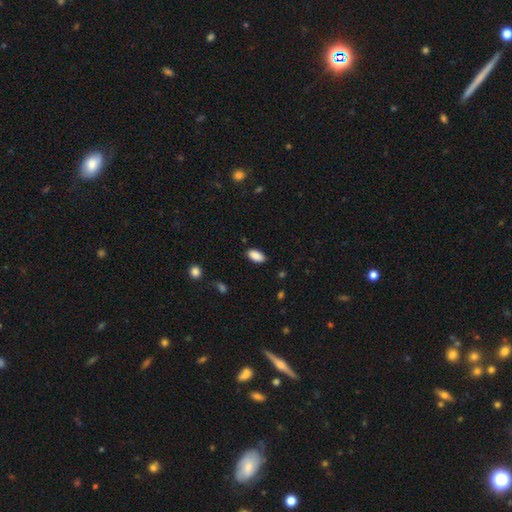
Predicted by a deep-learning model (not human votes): A smooth galaxy with no disk features (89%) that is in between round and cigar-shaped (92%).

Vote fractions:
- Smooth or featured? smooth: 89% / star or artifact: 7% / featured or disk: 4%
- How rounded? in between: 92% / cigar-shaped: 5% / round: 2%
- Merging? none: 86% / minor disturbance: 10% / major disturbance: 2% / merger: 1%